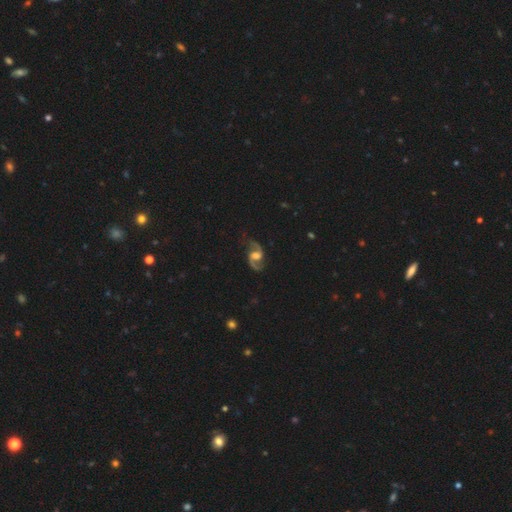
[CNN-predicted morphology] Overall: featured or disk (90%). Edge-on disk: no (97%). Bar: weak (51%; no 32%). Spiral arms: yes (97%). Spiral arm count: 2 (94%). Spiral winding: loose (54%; medium 40%). Bulge size: moderate (46%; large 27%). Merging: none (79%).